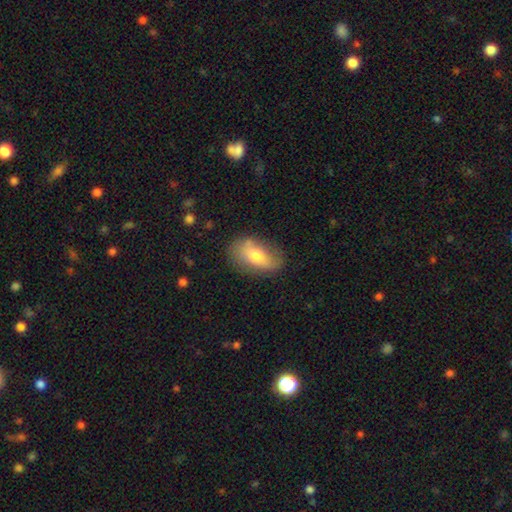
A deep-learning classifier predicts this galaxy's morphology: Smooth or featured: smooth — 63% (featured or disk — 30%)
How rounded: in between — 88% (round — 6%)
Merging: none — 71% (minor disturbance — 21%)